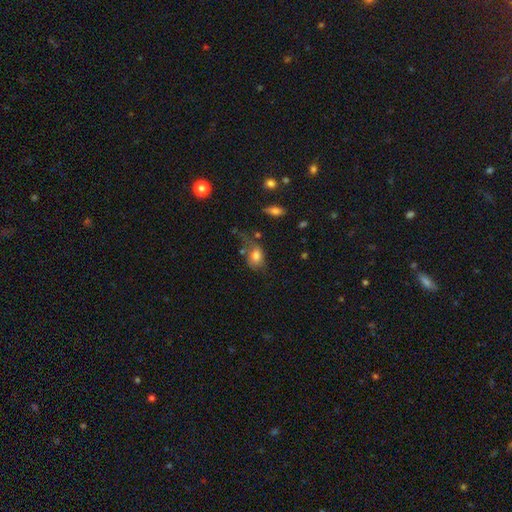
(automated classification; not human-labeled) Overall: smooth (75%). How rounded: in between (77%). Merging: none (42%; minor disturbance 27%).